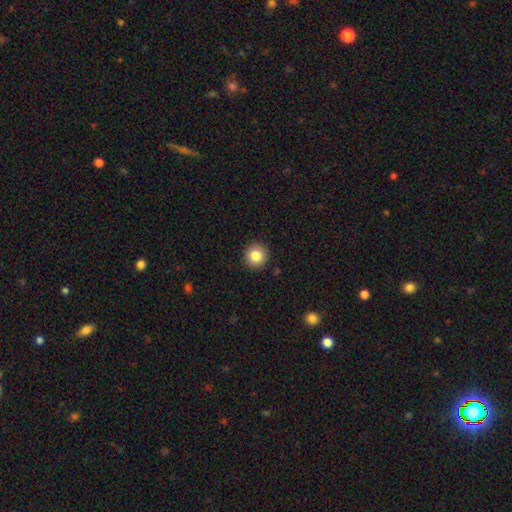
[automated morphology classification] The model was most divided on "smooth or featured": smooth: 84%, star or artifact: 10%, featured or disk: 7%. More confident: how rounded — round (94%); merging — none (92%).